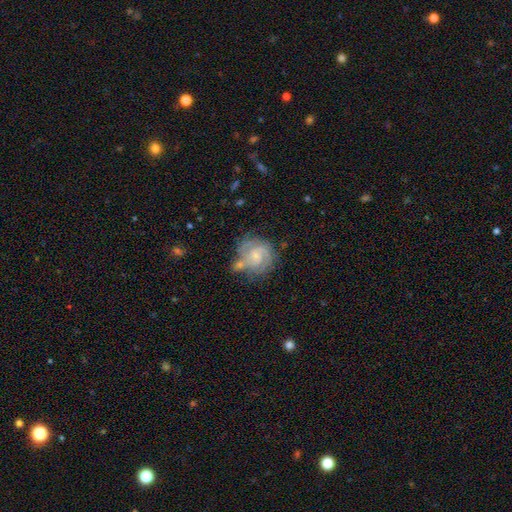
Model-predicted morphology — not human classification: This is likely a featured or disk galaxy (77%). It is clearly not viewed edge-on (98%). Bar: likely no (62%). Spiral arm pattern: clearly yes (95%). Spiral arm count: possibly 2 (54%). Spiral winding: possibly tight (58%). Central bulge: likely small (68%). Merging: possibly none (51%).